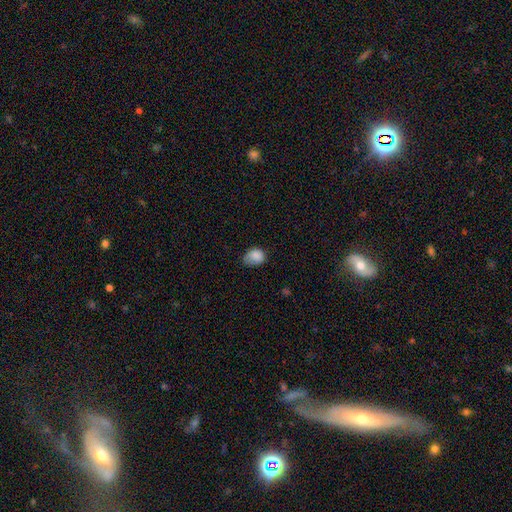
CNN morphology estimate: Smooth or featured? smooth (85%)
How rounded? in between (52%)
Merging? none (47%)